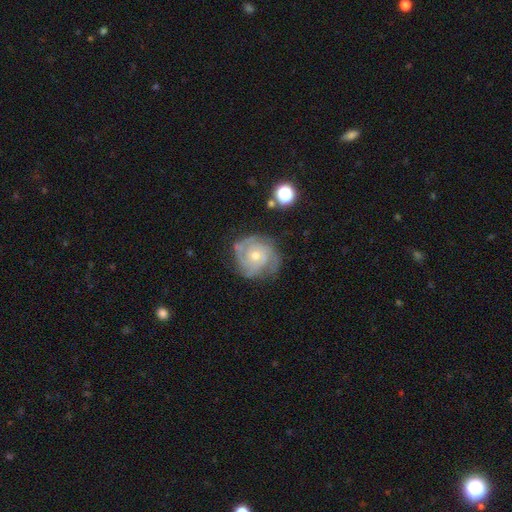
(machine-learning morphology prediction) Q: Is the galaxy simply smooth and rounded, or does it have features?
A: featured or disk — 85%.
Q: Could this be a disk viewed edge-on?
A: no — 98%.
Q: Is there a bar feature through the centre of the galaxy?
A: no — 78%.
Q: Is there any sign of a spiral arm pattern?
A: yes — 96%.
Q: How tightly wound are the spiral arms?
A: tight — 68%.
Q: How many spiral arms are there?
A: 3 — 43%.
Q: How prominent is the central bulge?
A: small — 53%.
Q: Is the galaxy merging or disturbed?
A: none — 74%.